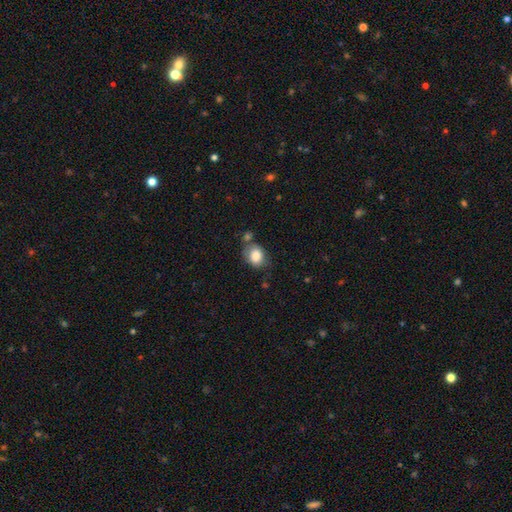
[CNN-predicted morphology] This appears to be a smooth galaxy with no disk features (84%) that is in between round and cigar-shaped (50%). Merging: none (58%).